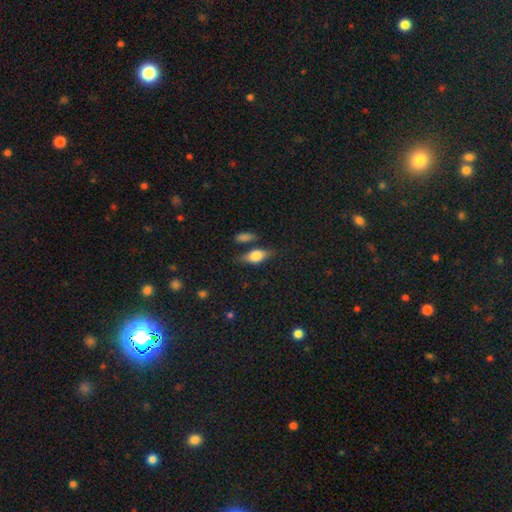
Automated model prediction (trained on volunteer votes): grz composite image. It shows a smooth galaxy with no disk features (67%) that is in between round and cigar-shaped (79%). Merging: none (65%).